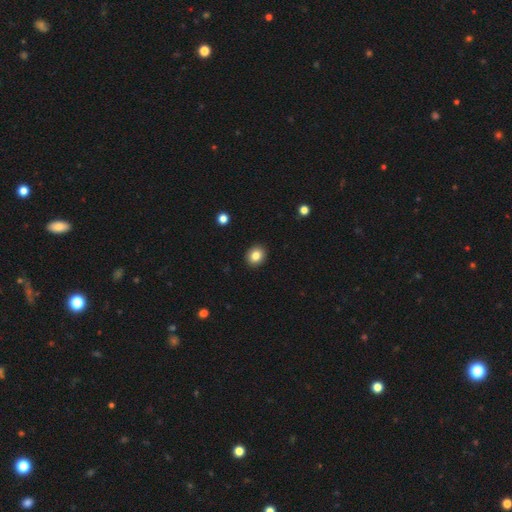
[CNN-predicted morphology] smooth_or_featured: smooth (p=0.84) [alt: star or artifact p=0.10]
how_rounded: round (p=0.70) [alt: in between p=0.30]
merging: none (p=0.92) [alt: minor disturbance p=0.05]